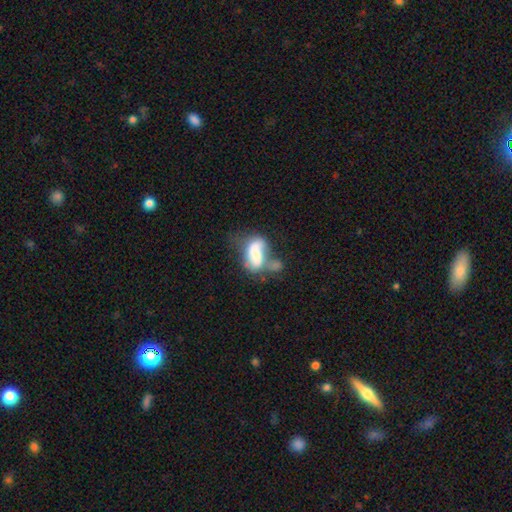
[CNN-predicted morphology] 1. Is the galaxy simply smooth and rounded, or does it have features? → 51% smooth, 40% featured or disk, 9% star or artifact.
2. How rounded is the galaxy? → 88% in between, 7% round, 5% cigar-shaped.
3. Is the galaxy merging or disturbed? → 44% merger, 25% major disturbance, 17% none, 15% minor disturbance.